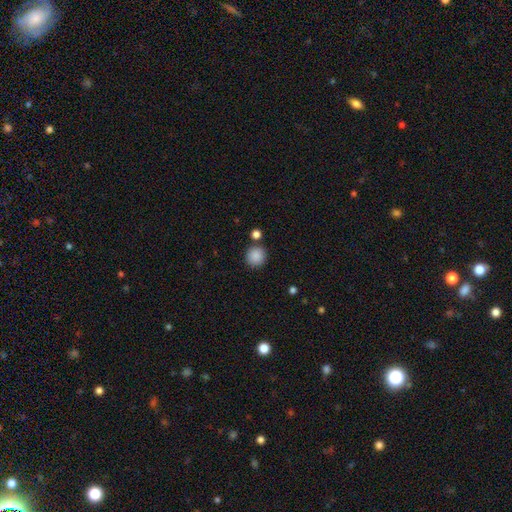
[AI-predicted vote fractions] Smooth or featured? smooth (88%)
How rounded? round (93%)
Merging? none (83%)